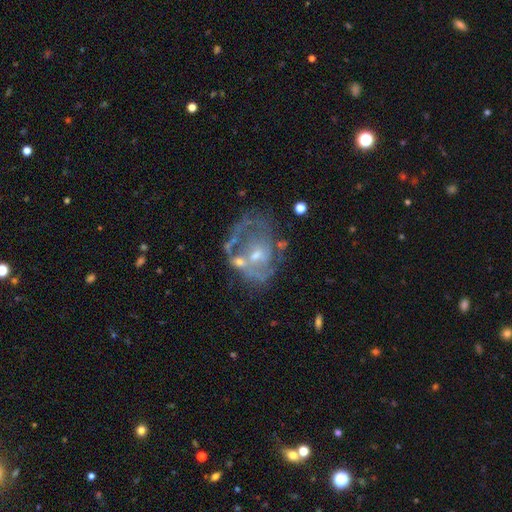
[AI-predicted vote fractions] smooth_or_featured: featured or disk (p=0.77) [alt: smooth p=0.13]
disk_edge_on: no (p=0.98) [alt: yes p=0.02]
bar: no (p=0.69) [alt: weak p=0.26]
has_spiral_arms: yes (p=0.60) [alt: no p=0.40]
bulge_size: small (p=0.53) [alt: moderate p=0.37]
merging: none (p=0.43) [alt: major disturbance p=0.24]